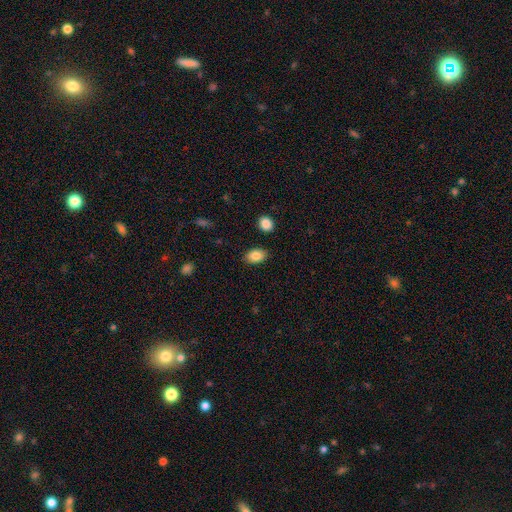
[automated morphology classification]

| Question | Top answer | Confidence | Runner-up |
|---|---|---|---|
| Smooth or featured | smooth | 86% | star or artifact (8%) |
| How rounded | in between | 85% | round (14%) |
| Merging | none | 86% | minor disturbance (9%) |